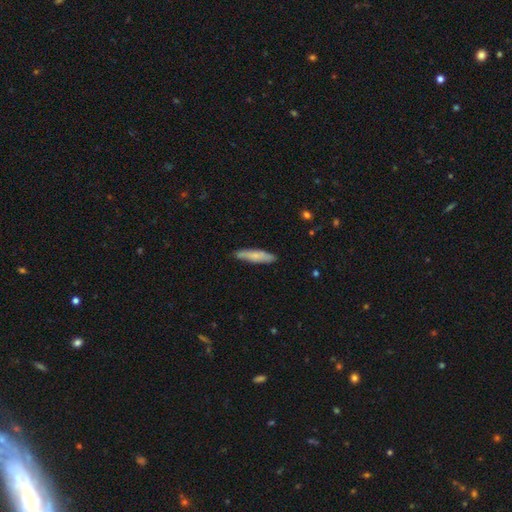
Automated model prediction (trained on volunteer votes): smooth-or-featured: smooth: 70% | featured or disk: 24% | star or artifact: 6%
  how-rounded: cigar-shaped: 83% | in between: 16% | round: 2%
  merging: none: 83% | minor disturbance: 14% | major disturbance: 2% | merger: 1%